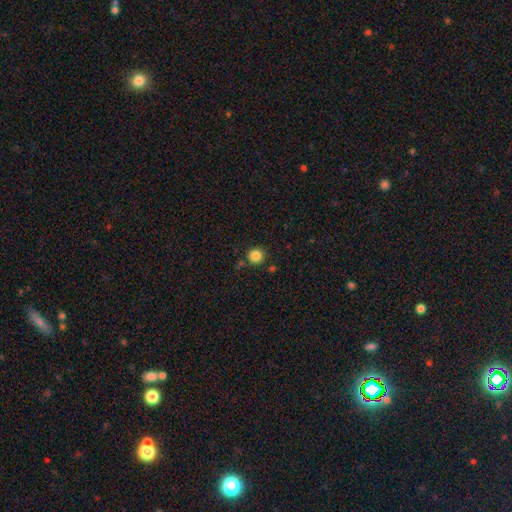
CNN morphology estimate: Overall: smooth (85%). How rounded: round (94%). Merging: none (85%).